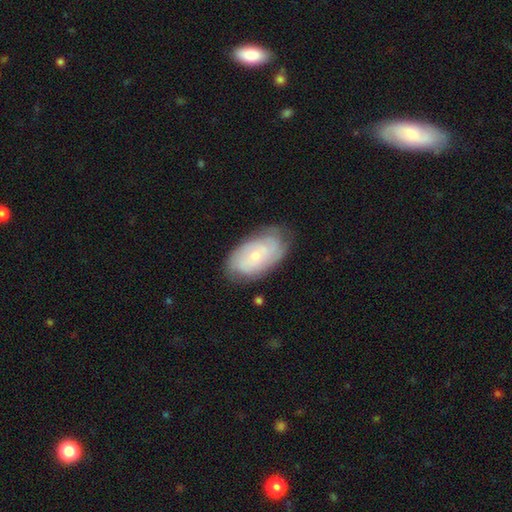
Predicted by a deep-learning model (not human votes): featured or disk 55%, smooth 38%, star or artifact 7%. Down the decision tree: edge-on disk — no (94%); bar — no (78%); spiral arms — yes (76%); bulge size — small (74%); merging — none (72%).